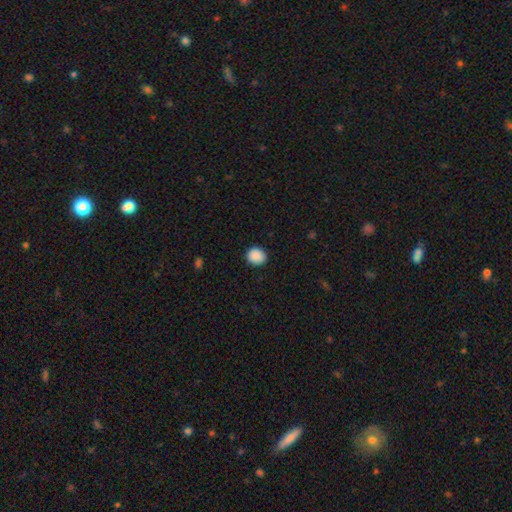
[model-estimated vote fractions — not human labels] smooth-or-featured: smooth: 89% | star or artifact: 8% | featured or disk: 2%
  how-rounded: round: 72% | in between: 27% | cigar-shaped: 1%
  merging: none: 89% | minor disturbance: 8% | major disturbance: 2% | merger: 1%